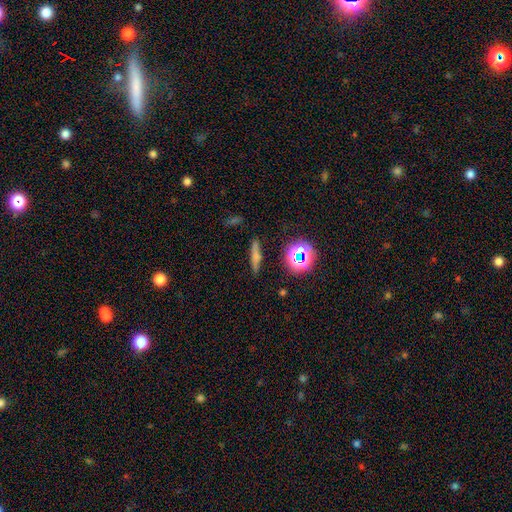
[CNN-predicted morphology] Smooth or featured? smooth (58%)
How rounded? cigar-shaped (79%)
Merging? none (83%)